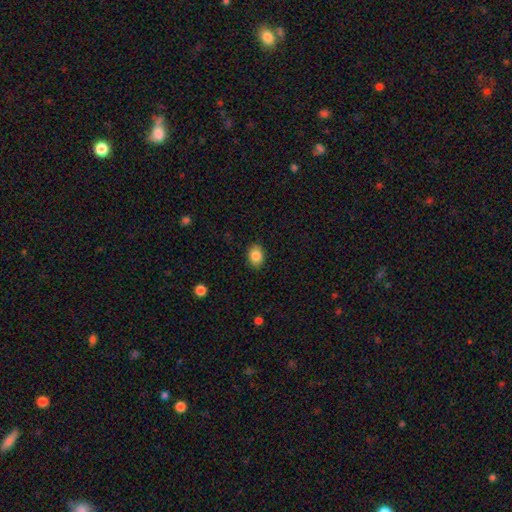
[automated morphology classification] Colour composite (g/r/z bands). It shows a smooth galaxy with no disk features (86%) that is in between round and cigar-shaped (70%). Merging: none (87%).